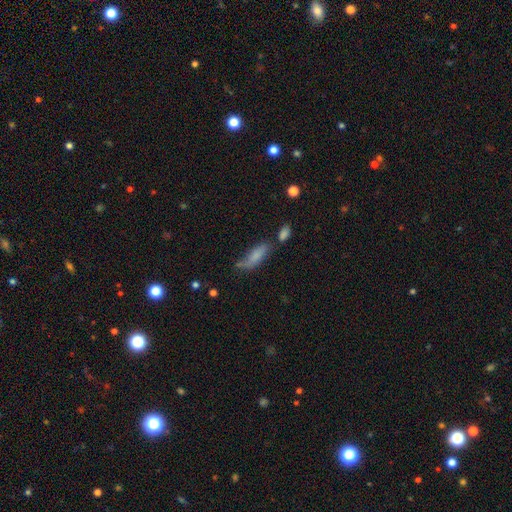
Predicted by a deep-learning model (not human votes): Smooth or featured? Predicted: smooth (p=0.71). How rounded? Predicted: in between (p=0.55). Merging? Predicted: none (p=0.42).